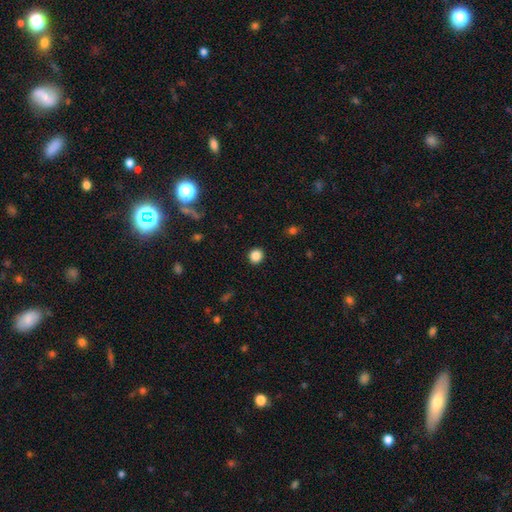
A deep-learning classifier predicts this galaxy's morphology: Overall: smooth (86%). How rounded: round (88%). Merging: none (92%).